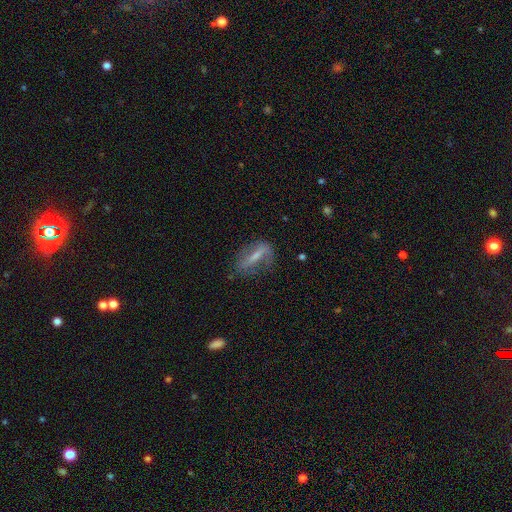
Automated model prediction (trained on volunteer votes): A featured or disk galaxy (54%). Merging: none (58%).